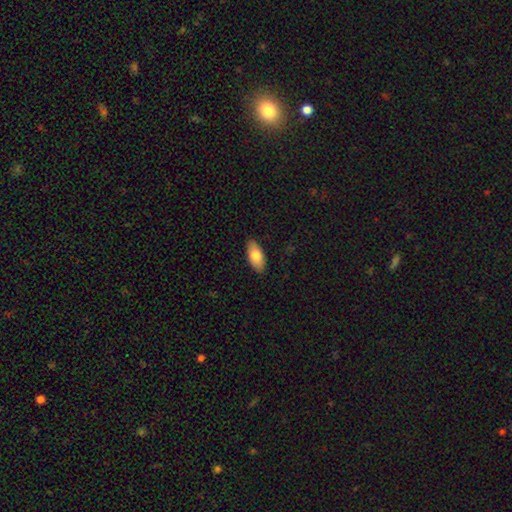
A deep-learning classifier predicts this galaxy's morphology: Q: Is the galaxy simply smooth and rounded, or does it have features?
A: smooth — 79%.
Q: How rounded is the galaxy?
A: in between — 90%.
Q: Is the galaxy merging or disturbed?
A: none — 88%.